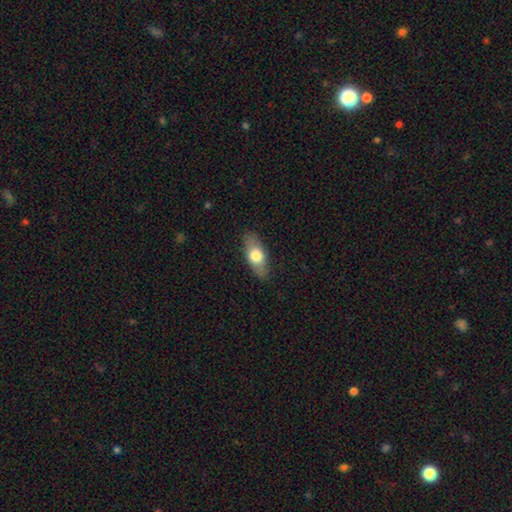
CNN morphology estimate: type=smooth (65%); roundness=in between (75%); merging=none (85%).